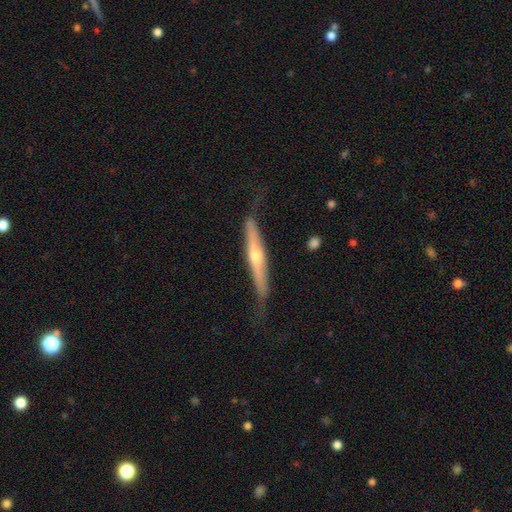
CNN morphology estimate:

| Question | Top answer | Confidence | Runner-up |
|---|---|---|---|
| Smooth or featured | featured or disk | 73% | smooth (21%) |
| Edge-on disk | yes | 89% | no (11%) |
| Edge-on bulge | rounded | 84% | none (12%) |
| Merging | none | 66% | minor disturbance (25%) |